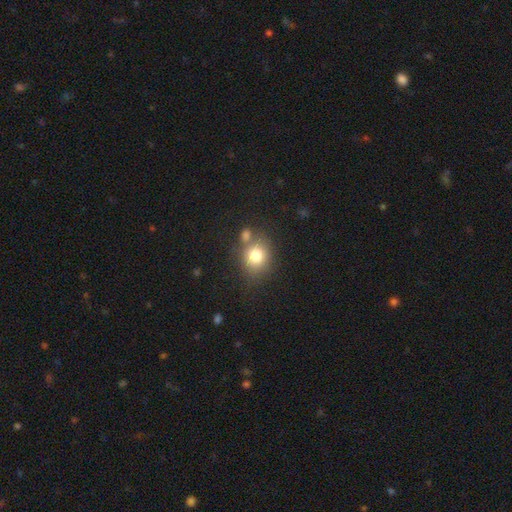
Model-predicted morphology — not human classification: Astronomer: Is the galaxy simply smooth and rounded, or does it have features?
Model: smooth — 79%.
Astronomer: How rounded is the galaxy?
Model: round — 63%.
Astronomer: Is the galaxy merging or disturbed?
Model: none — 61%.